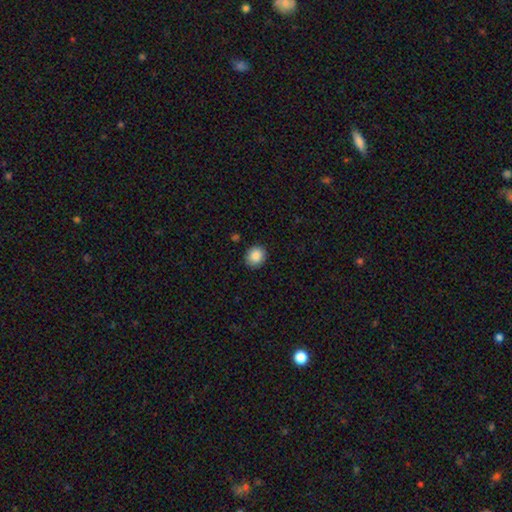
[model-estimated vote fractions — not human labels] Smooth or featured?
  - smooth: 87% *
  - star or artifact: 9%
  - featured or disk: 4%
How rounded?
  - round: 79% *
  - in between: 20%
  - cigar-shaped: 1%
Merging?
  - none: 89% *
  - minor disturbance: 7%
  - major disturbance: 2%
  - merger: 1%